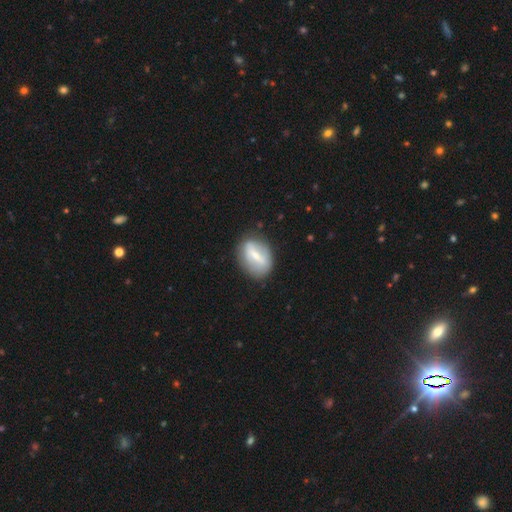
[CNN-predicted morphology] A featured or disk galaxy (50%). Merging: none (79%).